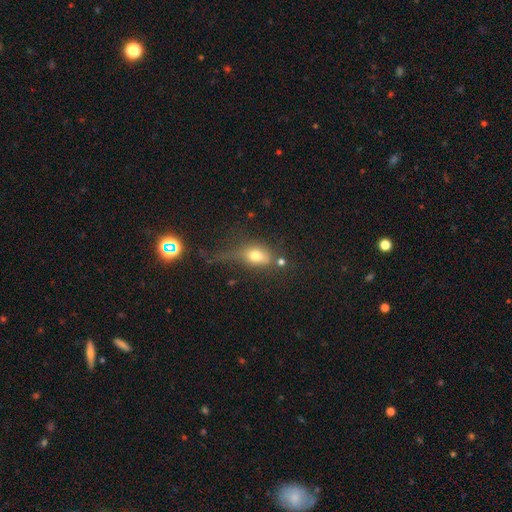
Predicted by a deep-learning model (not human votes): smooth_or_featured: smooth (p=0.68) [alt: featured or disk p=0.19]
how_rounded: in between (p=0.67) [alt: round p=0.26]
merging: none (p=0.34) [alt: major disturbance p=0.31]